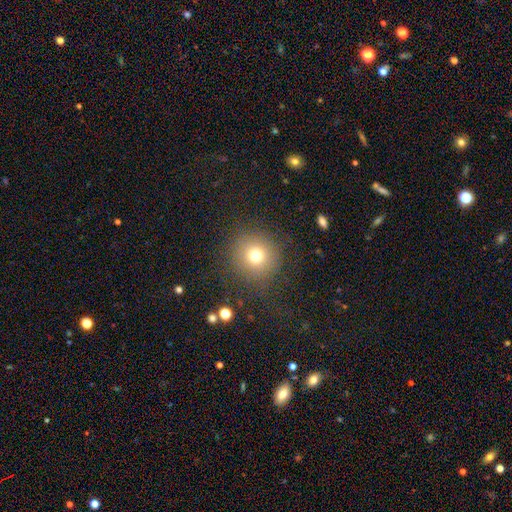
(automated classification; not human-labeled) Overall: smooth (73%). How rounded: round (93%). Merging: none (84%).